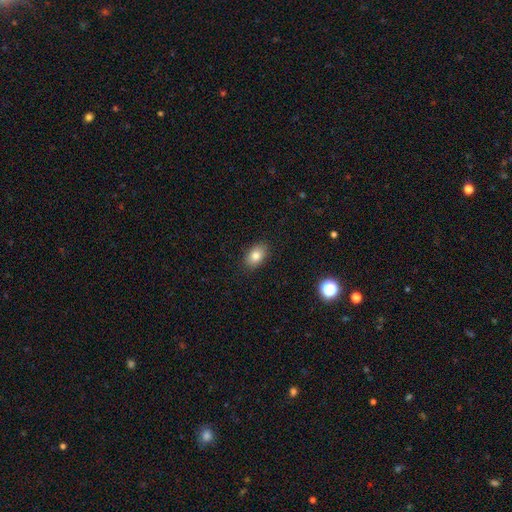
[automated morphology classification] smooth_or_featured: smooth (p=0.83) [alt: star or artifact p=0.09]
how_rounded: in between (p=0.85) [alt: round p=0.14]
merging: none (p=0.88) [alt: minor disturbance p=0.09]